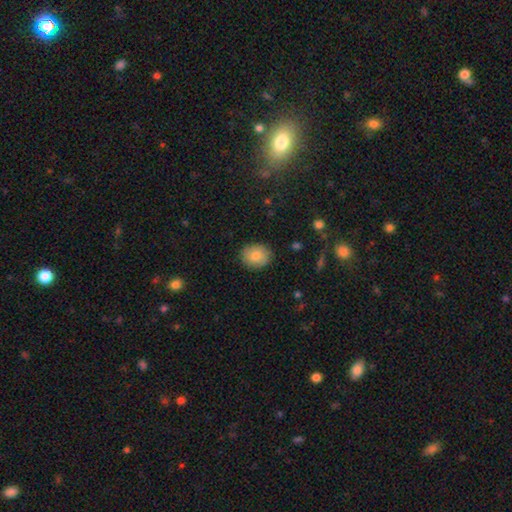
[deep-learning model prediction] smooth 81%, featured or disk 12%, star or artifact 8%. Down the decision tree: how rounded — round (61%); merging — none (86%).